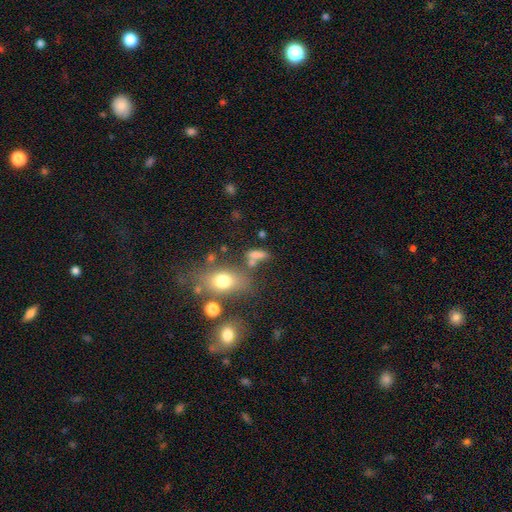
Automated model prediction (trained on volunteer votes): Smooth or featured: smooth — 72% (star or artifact — 15%)
How rounded: in between — 58% (cigar-shaped — 30%)
Merging: none — 51% (merger — 24%)